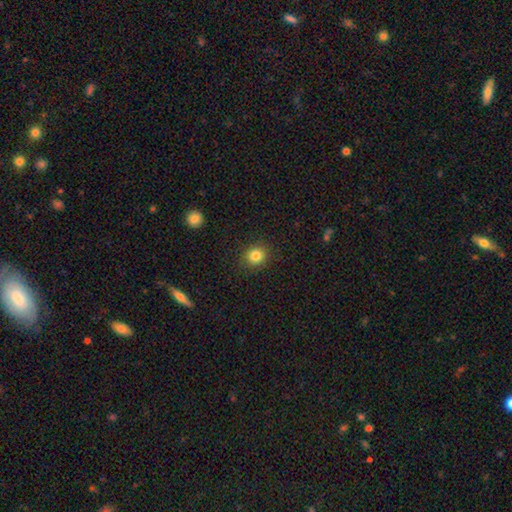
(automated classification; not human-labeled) Smooth or featured: smooth — 83% (star or artifact — 11%)
How rounded: round — 79% (in between — 20%)
Merging: none — 90% (minor disturbance — 7%)